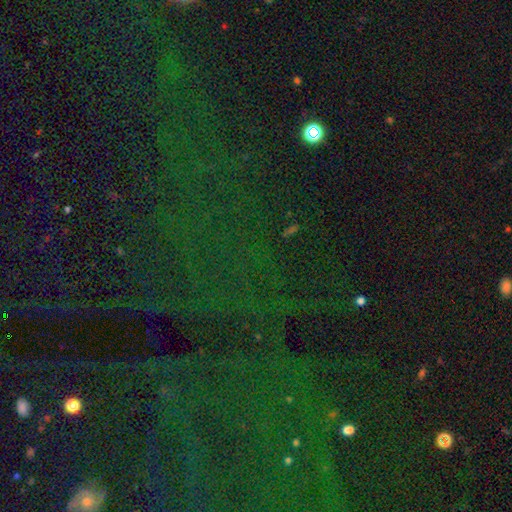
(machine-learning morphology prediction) Smooth or featured? Predicted: star or artifact (p=0.80).